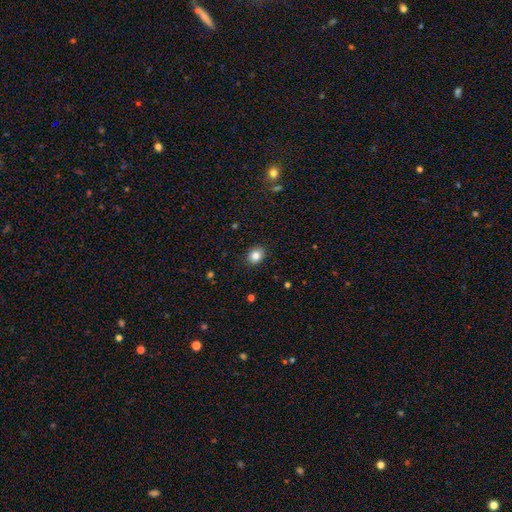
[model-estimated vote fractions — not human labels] Q: Smooth or featured?
A: smooth (83%); runner-up: star or artifact (10%)
Q: How rounded?
A: round (56%); runner-up: in between (43%)
Q: Merging?
A: none (89%); runner-up: minor disturbance (8%)